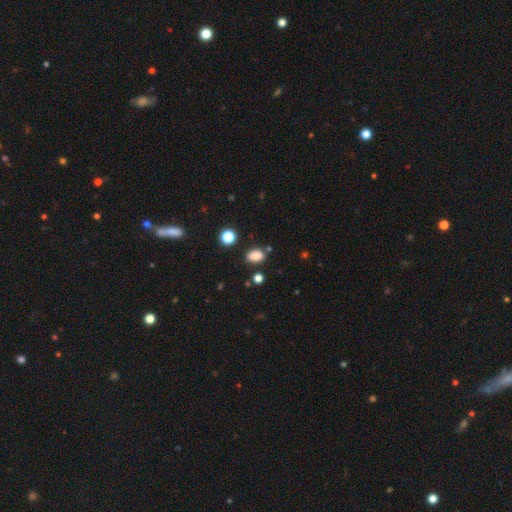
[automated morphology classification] This is clearly a smooth galaxy (84%). How rounded: likely in between (78%). Merging: likely none (79%).